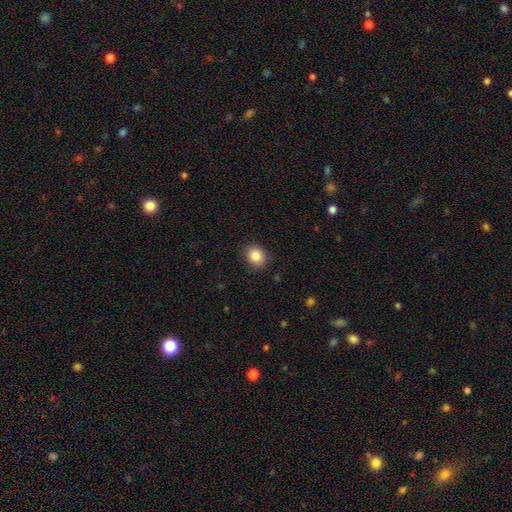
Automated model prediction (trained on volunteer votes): This appears to be a smooth galaxy with no disk features (86%) that is round (65%). Merging: none (89%).